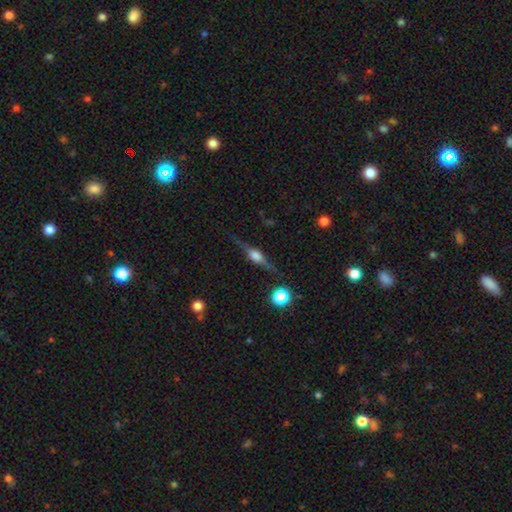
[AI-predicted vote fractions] Smooth or featured? featured or disk (78%)
Edge-on disk? yes (97%)
Edge-on bulge? rounded (86%)
Merging? none (85%)